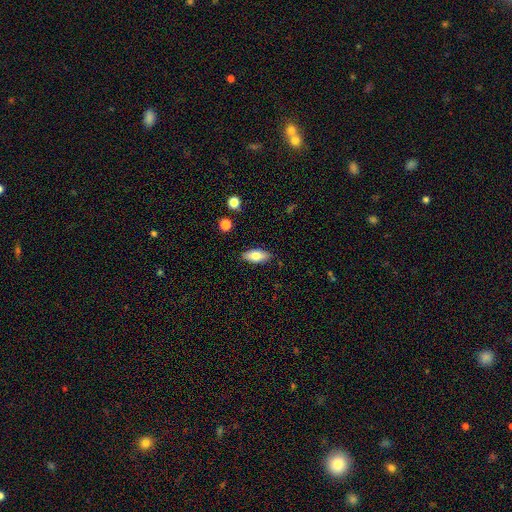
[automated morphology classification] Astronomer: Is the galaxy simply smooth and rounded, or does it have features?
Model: smooth — 78%.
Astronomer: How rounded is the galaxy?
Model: in between — 86%.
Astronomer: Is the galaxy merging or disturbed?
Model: none — 86%.